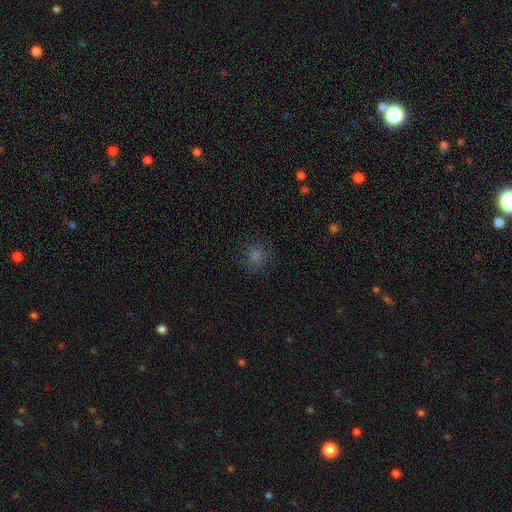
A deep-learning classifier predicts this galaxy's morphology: Smooth or featured: smooth — 67% (star or artifact — 25%)
How rounded: round — 86% (in between — 13%)
Merging: none — 88% (minor disturbance — 8%)